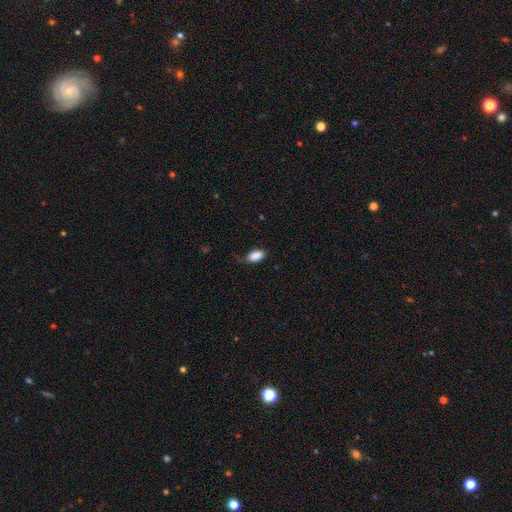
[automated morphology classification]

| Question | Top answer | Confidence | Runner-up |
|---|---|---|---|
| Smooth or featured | smooth | 88% | star or artifact (8%) |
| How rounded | in between | 92% | round (6%) |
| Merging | none | 60% | minor disturbance (29%) |